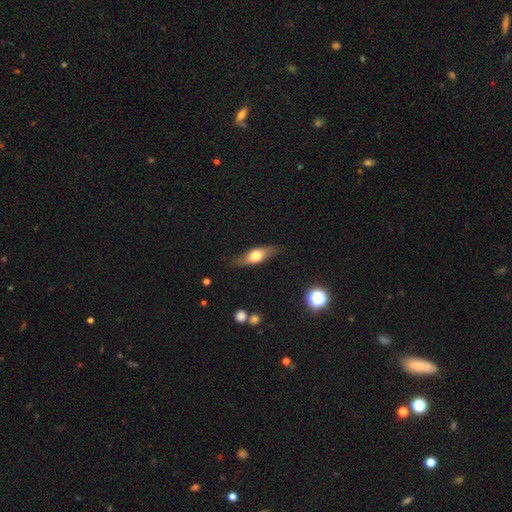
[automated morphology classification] Overall: smooth (51%; featured or disk 42%). How rounded: in between (57%; cigar-shaped 37%). Merging: none (79%).